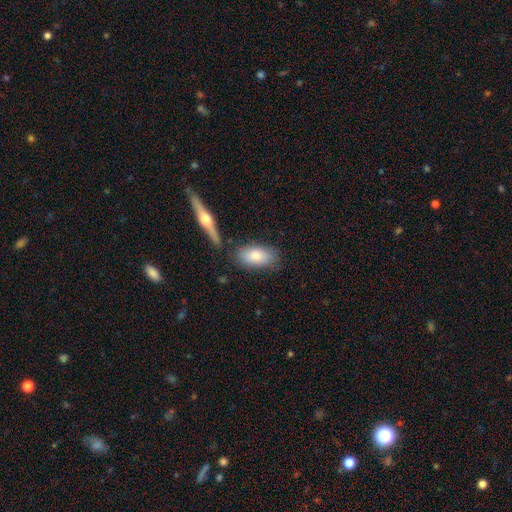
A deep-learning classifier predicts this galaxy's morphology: Smooth or featured? smooth (76%)
How rounded? in between (88%)
Merging? none (73%)